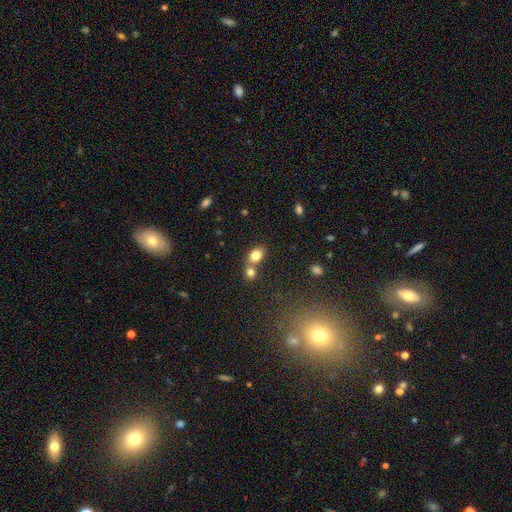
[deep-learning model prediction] Smooth or featured: smooth — 81% (star or artifact — 10%)
How rounded: in between — 73% (round — 25%)
Merging: none — 46% (merger — 41%)